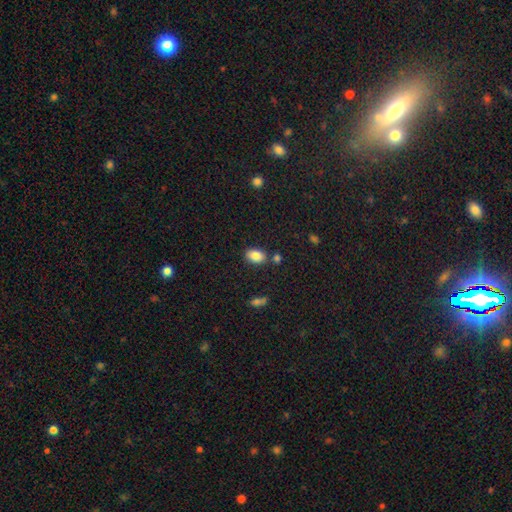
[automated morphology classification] Smooth or featured?
  - smooth: 86% *
  - star or artifact: 8%
  - featured or disk: 6%
How rounded?
  - in between: 85% *
  - round: 14%
  - cigar-shaped: 1%
Merging?
  - none: 78% *
  - minor disturbance: 11%
  - merger: 8%
  - major disturbance: 3%